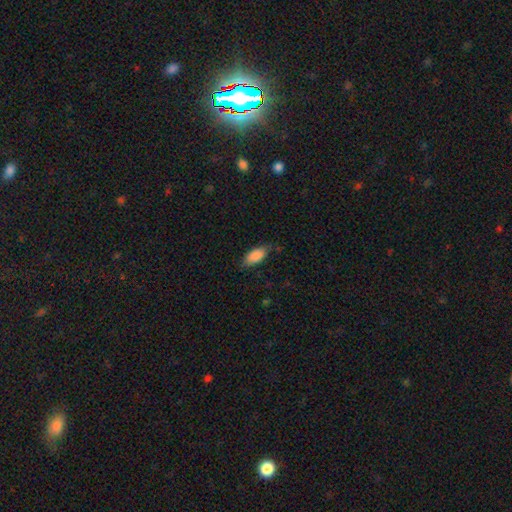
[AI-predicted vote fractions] This is clearly a smooth galaxy (87%). How rounded: clearly in between (88%). Merging: likely none (71%).